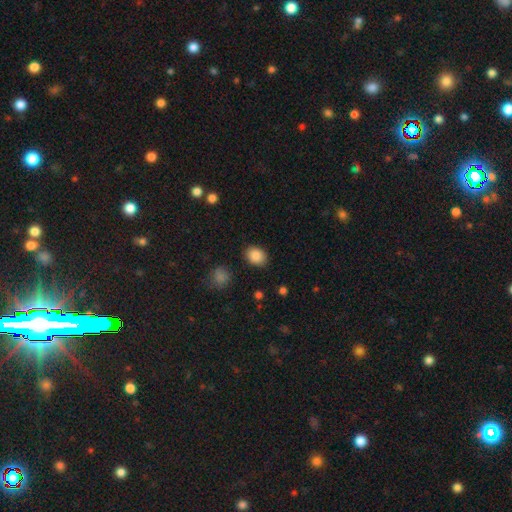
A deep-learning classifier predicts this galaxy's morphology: smooth_or_featured: smooth (p=0.87) [alt: star or artifact p=0.09]
how_rounded: in between (p=0.63) [alt: round p=0.36]
merging: none (p=0.87) [alt: minor disturbance p=0.09]